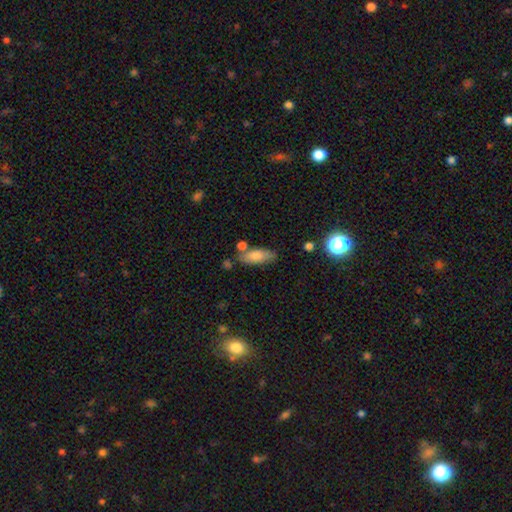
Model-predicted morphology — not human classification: Smooth or featured? Predicted: smooth (p=0.77). How rounded? Predicted: in between (p=0.75). Merging? Predicted: none (p=0.63).